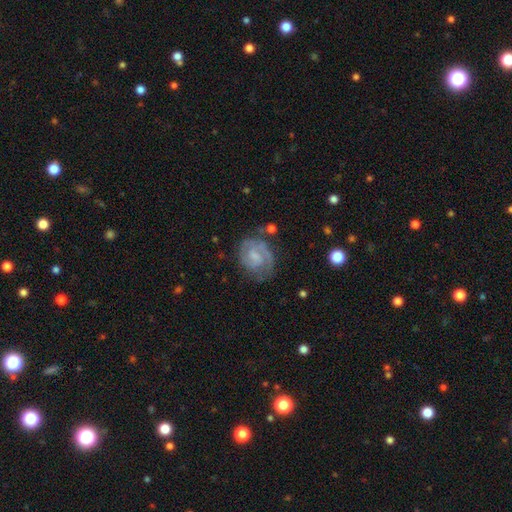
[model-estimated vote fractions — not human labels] smooth-or-featured: featured or disk: 68% | smooth: 24% | star or artifact: 8%
  disk-edge-on: no: 98% | yes: 2%
    bar: weak: 50% | no: 38% | strong: 12%
    has-spiral-arms: yes: 84% | no: 16%
      spiral-winding: tight: 48% | medium: 39% | loose: 13%
      spiral-arm-count: 2: 52% | can't tell: 24% | 1: 12% | 3: 8% | 4: 2% | more than 4: 2%
    bulge-size: none: 37% | small: 34% | moderate: 24% | large: 4% | dominant: 1%
  merging: none: 58% | minor disturbance: 23% | major disturbance: 15% | merger: 4%